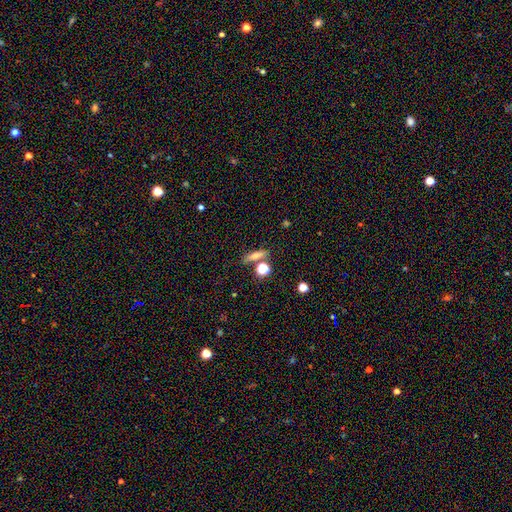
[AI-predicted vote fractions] Smooth or featured? Predicted: smooth (p=0.58). How rounded? Predicted: cigar-shaped (p=0.55). Merging? Predicted: none (p=0.72).